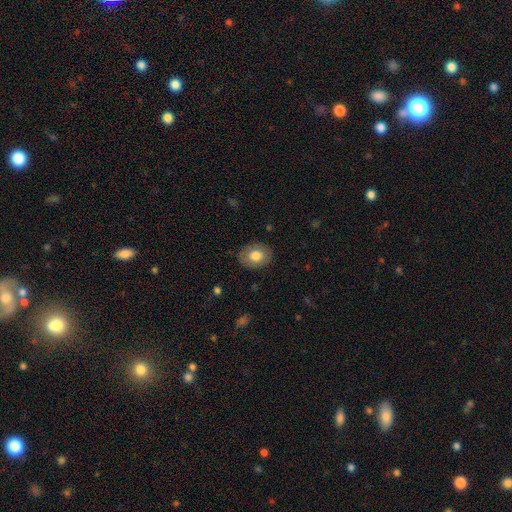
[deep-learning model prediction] A smooth galaxy with no disk features (76%) that is in between round and cigar-shaped (61%). Merging: none (86%).